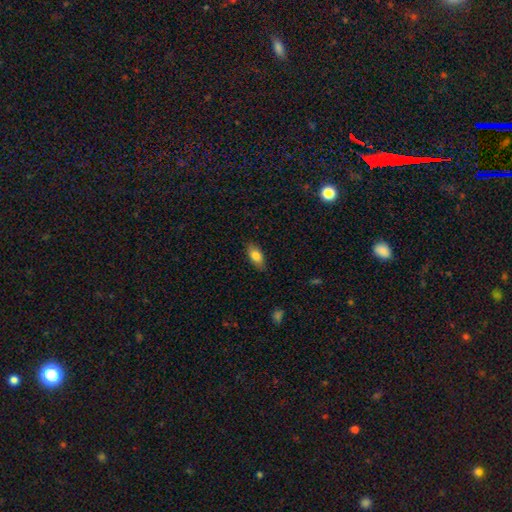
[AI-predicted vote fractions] A smooth galaxy with no disk features (79%) that is in between round and cigar-shaped (85%).

Vote fractions:
- Smooth or featured? smooth: 79% / featured or disk: 14% / star or artifact: 7%
- How rounded? in between: 85% / cigar-shaped: 11% / round: 4%
- Merging? none: 84% / minor disturbance: 13% / major disturbance: 2% / merger: 1%